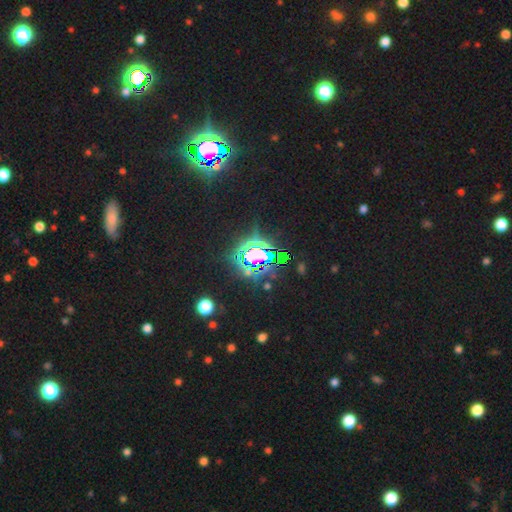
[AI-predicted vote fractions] Smooth or featured? Predicted: star or artifact (p=0.79).